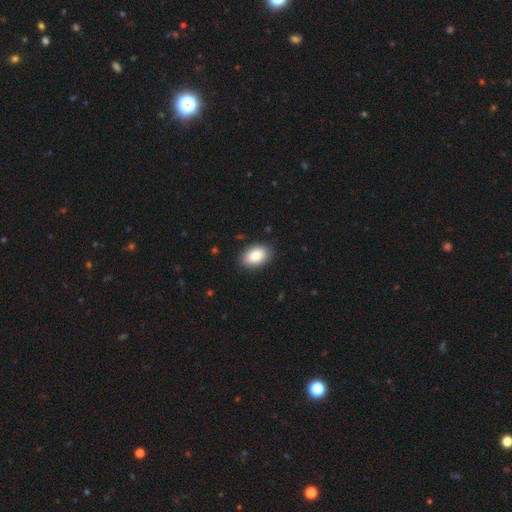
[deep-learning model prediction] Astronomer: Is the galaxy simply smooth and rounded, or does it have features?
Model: smooth — 86%.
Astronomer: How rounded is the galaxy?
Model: in between — 88%.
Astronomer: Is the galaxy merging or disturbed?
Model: none — 87%.